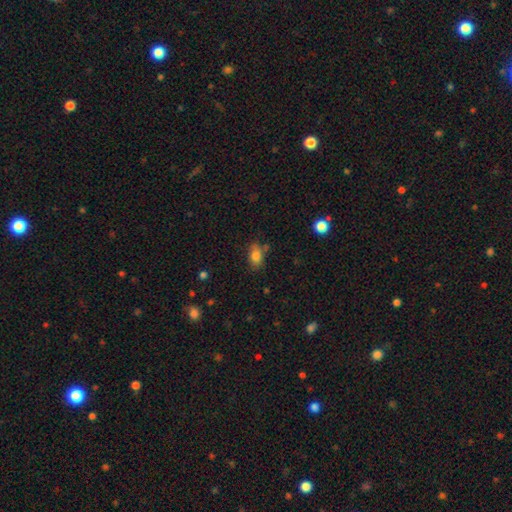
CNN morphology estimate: This is clearly a smooth galaxy (82%). How rounded: clearly in between (80%). Merging: likely none (67%).